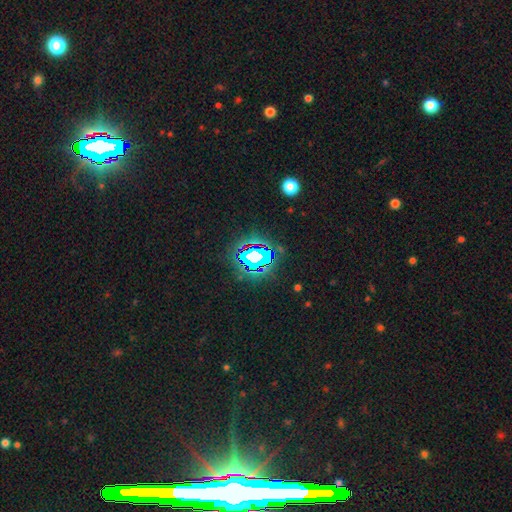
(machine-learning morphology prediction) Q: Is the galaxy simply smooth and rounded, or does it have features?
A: star or artifact — 72%.